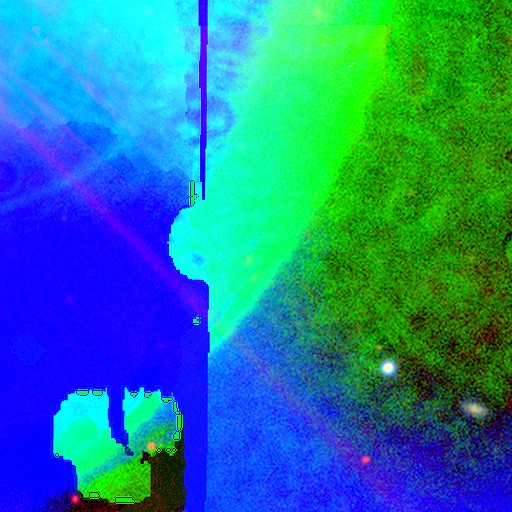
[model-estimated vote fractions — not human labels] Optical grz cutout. It shows a star or artifact, not a galaxy (84%).